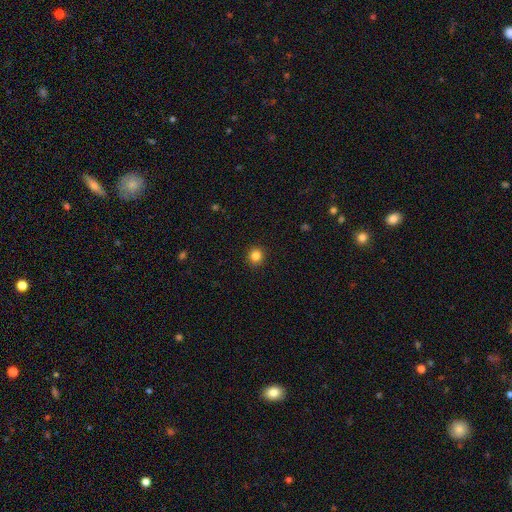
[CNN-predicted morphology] smooth-or-featured: smooth: 84% | star or artifact: 11% | featured or disk: 4%
  how-rounded: round: 92% | in between: 7% | cigar-shaped: 1%
  merging: none: 92% | minor disturbance: 5% | major disturbance: 2% | merger: 1%